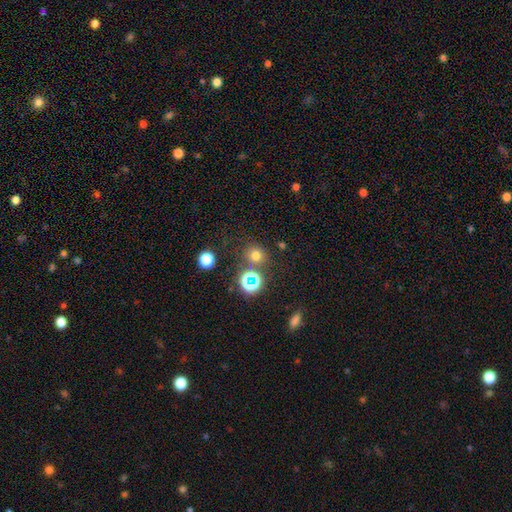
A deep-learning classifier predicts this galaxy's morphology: Smooth or featured? smooth (67%)
How rounded? round (86%)
Merging? none (76%)